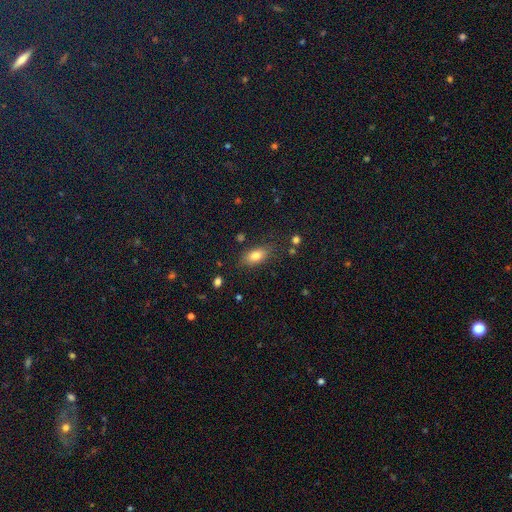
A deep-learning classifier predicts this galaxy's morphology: This is likely a smooth galaxy (80%). How rounded: clearly in between (86%). Merging: likely none (79%).